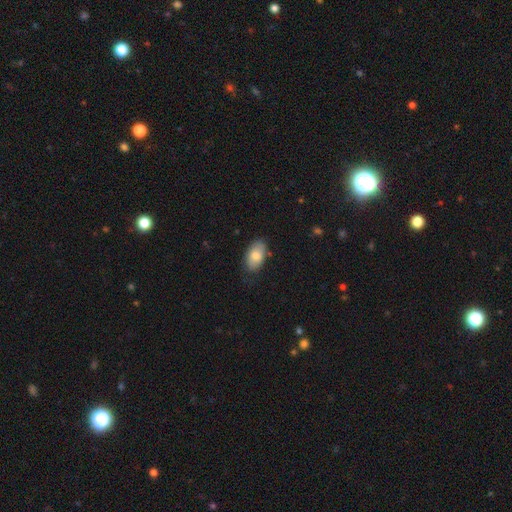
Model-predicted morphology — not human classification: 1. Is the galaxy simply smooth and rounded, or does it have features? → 78% smooth, 15% featured or disk, 6% star or artifact.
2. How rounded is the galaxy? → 94% in between, 5% round, 2% cigar-shaped.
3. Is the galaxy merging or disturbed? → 76% none, 19% minor disturbance, 4% major disturbance, 2% merger.